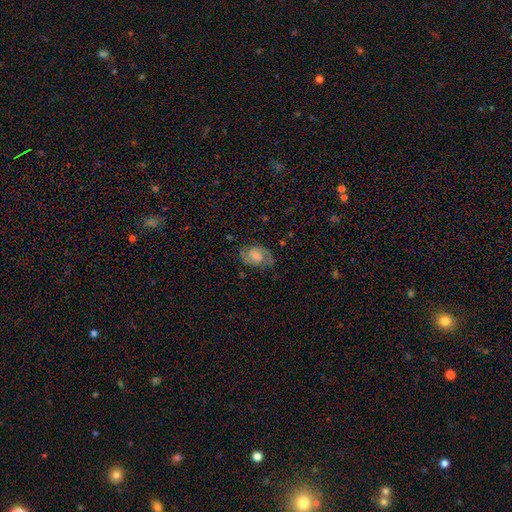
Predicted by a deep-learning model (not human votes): smooth-or-featured: featured or disk: 80% | smooth: 14% | star or artifact: 7%
  disk-edge-on: no: 98% | yes: 2%
    bar: weak: 52% | no: 38% | strong: 11%
    has-spiral-arms: yes: 96% | no: 4%
      spiral-winding: medium: 54% | tight: 31% | loose: 15%
      spiral-arm-count: 2: 90% | can't tell: 4% | 1: 2% | 3: 1% | 4: 1% | more than 4: 1%
    bulge-size: small: 45% | moderate: 37% | none: 13% | large: 4% | dominant: 1%
  merging: none: 75% | minor disturbance: 18% | major disturbance: 6% | merger: 1%